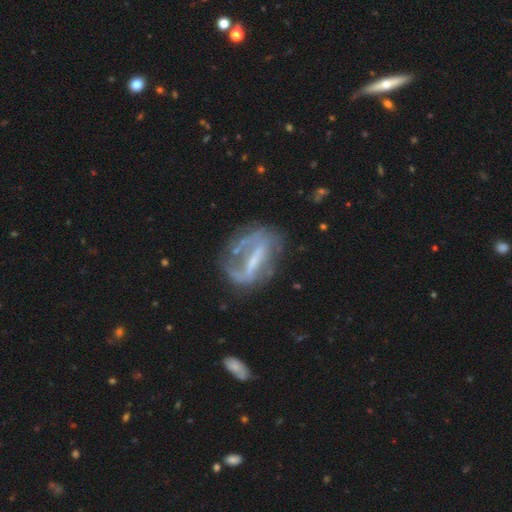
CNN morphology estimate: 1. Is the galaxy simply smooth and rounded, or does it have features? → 71% featured or disk, 19% smooth, 10% star or artifact.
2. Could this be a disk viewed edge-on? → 89% no, 11% yes.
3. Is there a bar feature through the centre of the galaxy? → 55% strong, 27% weak, 18% no.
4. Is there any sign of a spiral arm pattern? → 55% yes, 45% no.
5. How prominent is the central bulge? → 39% small, 32% none, 24% moderate, 4% large, 1% dominant.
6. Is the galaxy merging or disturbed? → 52% none, 22% minor disturbance, 22% major disturbance, 4% merger.